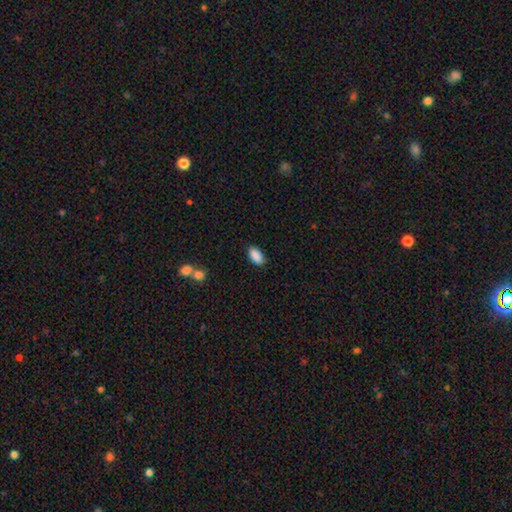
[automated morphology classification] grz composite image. It shows a smooth galaxy with no disk features (90%) that is in between round and cigar-shaped (93%). Merging: none (86%).